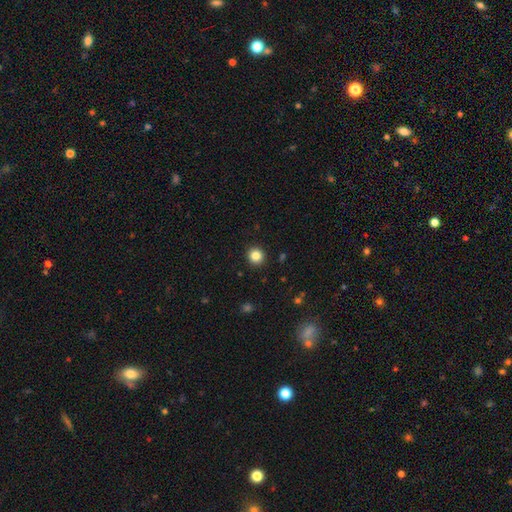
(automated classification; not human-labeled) This appears to be a smooth galaxy with no disk features (84%) that is round (91%). Merging: none (92%).